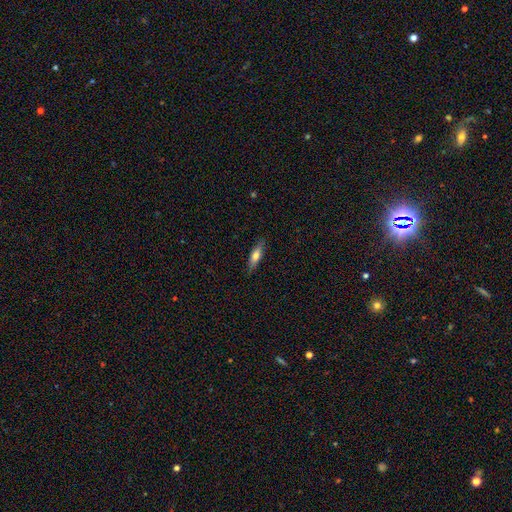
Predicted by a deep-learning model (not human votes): Q: Smooth or featured?
A: smooth (62%); runner-up: featured or disk (32%)
Q: How rounded?
A: cigar-shaped (60%); runner-up: in between (38%)
Q: Merging?
A: none (87%); runner-up: minor disturbance (10%)